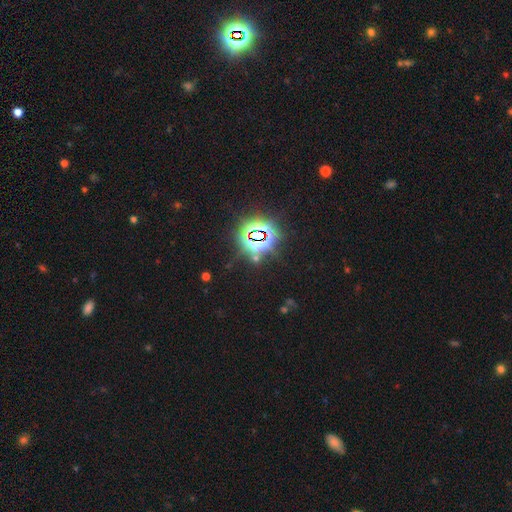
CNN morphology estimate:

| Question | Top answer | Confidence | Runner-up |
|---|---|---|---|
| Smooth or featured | star or artifact | 82% | smooth (11%) |